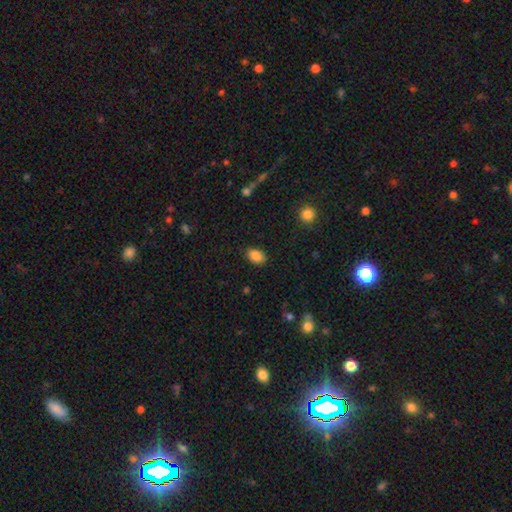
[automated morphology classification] A smooth galaxy with no disk features (86%) that is in between round and cigar-shaped (87%). Merging: none (87%).